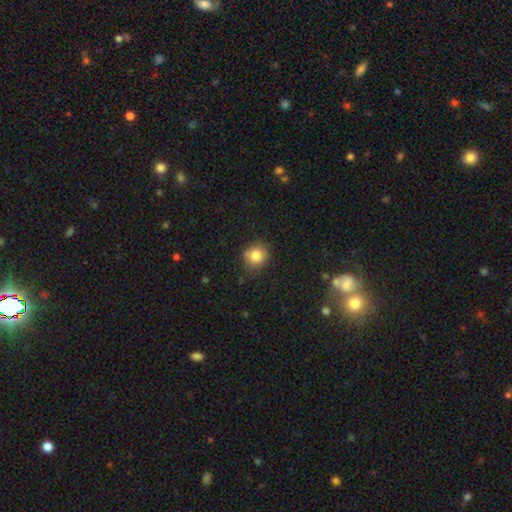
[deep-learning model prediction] Smooth or featured? Predicted: smooth (p=0.83). How rounded? Predicted: round (p=0.79). Merging? Predicted: none (p=0.81).